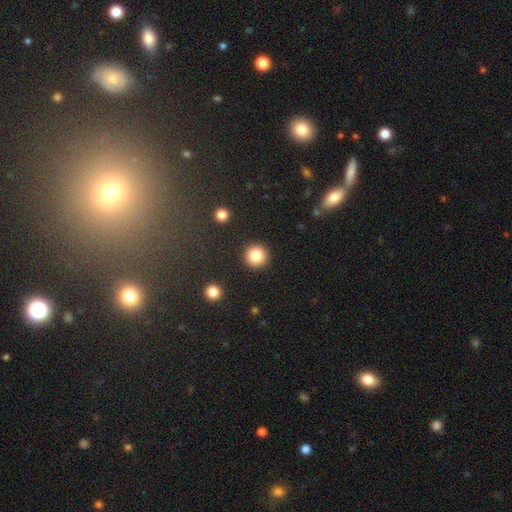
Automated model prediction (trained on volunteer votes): A smooth galaxy with no disk features (84%) that is round (96%).

Vote fractions:
- Smooth or featured? smooth: 84% / star or artifact: 10% / featured or disk: 6%
- How rounded? round: 96% / in between: 4% / cigar-shaped: 1%
- Merging? none: 92% / minor disturbance: 5% / major disturbance: 2% / merger: 1%